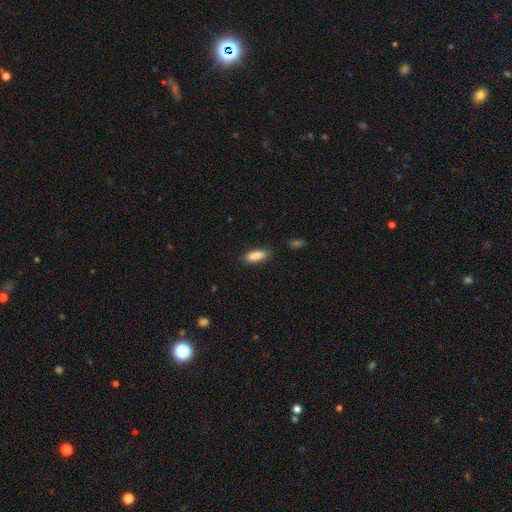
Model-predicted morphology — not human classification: Smooth or featured: smooth — 89% (star or artifact — 7%)
How rounded: in between — 71% (cigar-shaped — 28%)
Merging: none — 86% (minor disturbance — 10%)